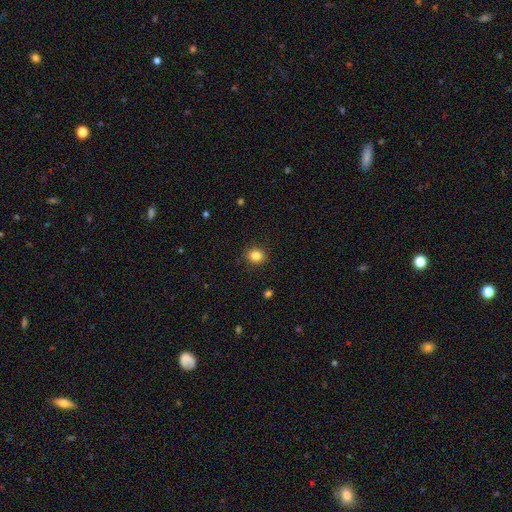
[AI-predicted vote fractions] The model was most divided on "how rounded": round: 70%, in between: 29%, cigar-shaped: 1%. More confident: merging — none (90%); smooth or featured — smooth (85%).